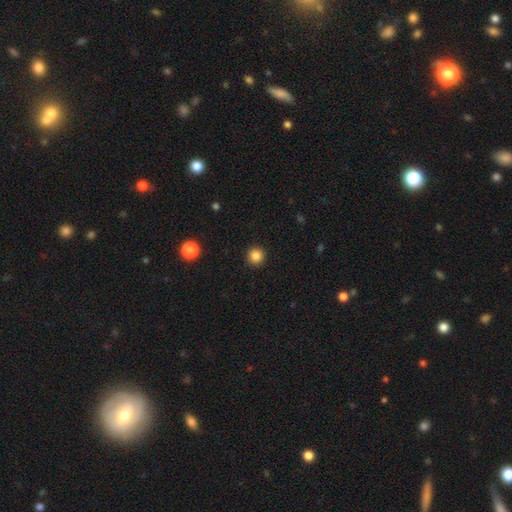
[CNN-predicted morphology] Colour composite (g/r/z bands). It shows a smooth galaxy with no disk features (84%) that is round (96%). Merging: none (93%).